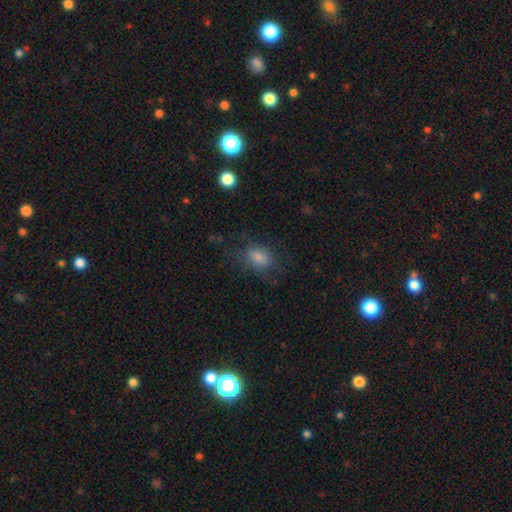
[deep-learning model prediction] A smooth galaxy with no disk features (72%) that is in between round and cigar-shaped (68%). Merging: none (63%).